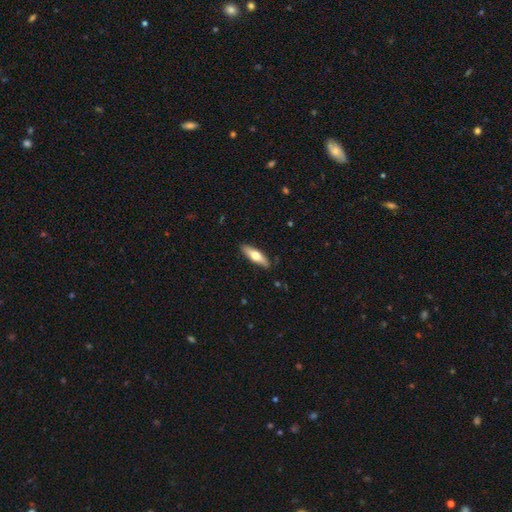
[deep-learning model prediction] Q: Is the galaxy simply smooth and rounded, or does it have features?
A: smooth — 58%.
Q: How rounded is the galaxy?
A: cigar-shaped — 57%.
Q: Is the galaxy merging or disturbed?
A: none — 88%.